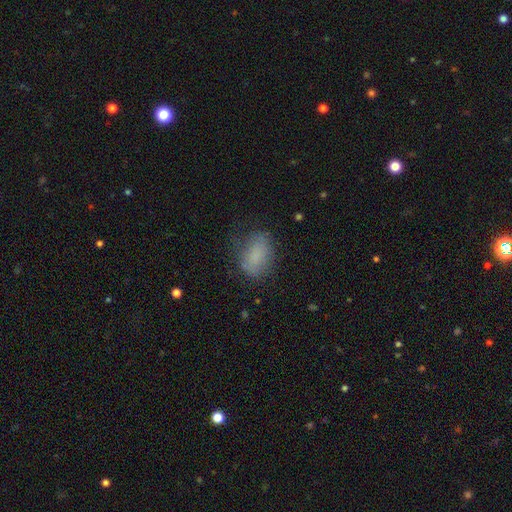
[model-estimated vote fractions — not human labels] smooth-or-featured: smooth: 77% | featured or disk: 13% | star or artifact: 10%
  how-rounded: in between: 84% | round: 14% | cigar-shaped: 2%
  merging: none: 62% | minor disturbance: 25% | major disturbance: 12% | merger: 2%